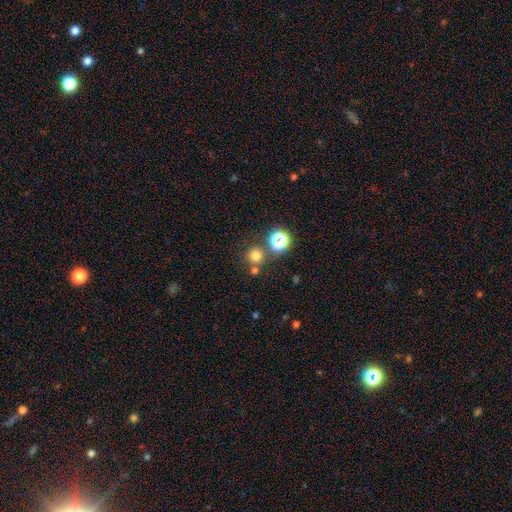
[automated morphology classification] Smooth or featured?
  - smooth: 70% *
  - star or artifact: 22%
  - featured or disk: 7%
How rounded?
  - round: 94% *
  - in between: 5%
  - cigar-shaped: 1%
Merging?
  - none: 73% *
  - merger: 16%
  - minor disturbance: 8%
  - major disturbance: 3%